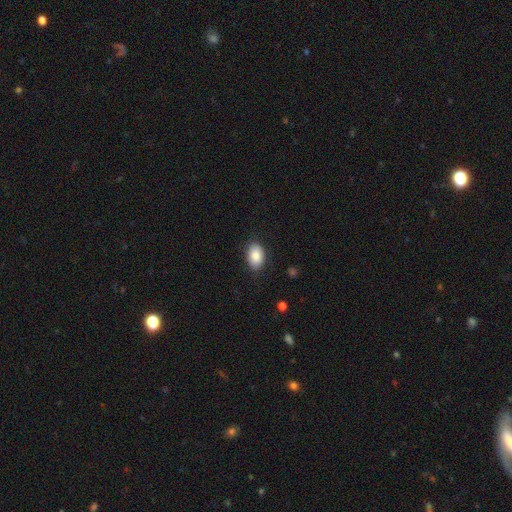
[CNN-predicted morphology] A smooth galaxy with no disk features (87%) that is in between round and cigar-shaped (87%). Merging: none (85%).